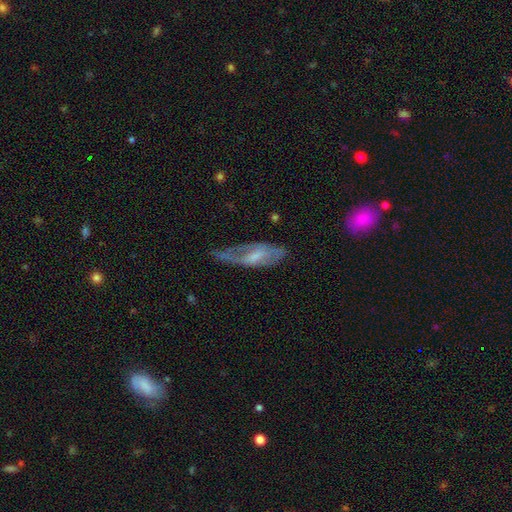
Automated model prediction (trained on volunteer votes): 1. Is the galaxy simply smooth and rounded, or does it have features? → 59% featured or disk, 34% smooth, 7% star or artifact.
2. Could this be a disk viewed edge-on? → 78% no, 22% yes.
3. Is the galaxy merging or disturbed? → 43% none, 30% minor disturbance, 24% major disturbance, 3% merger.